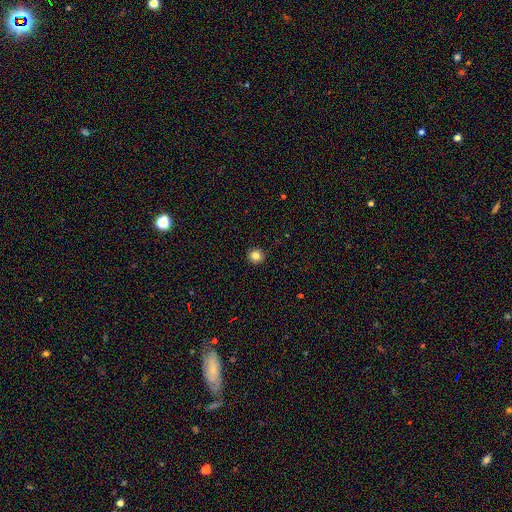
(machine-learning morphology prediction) smooth-or-featured: smooth: 83% | star or artifact: 11% | featured or disk: 5%
  how-rounded: round: 92% | in between: 7% | cigar-shaped: 1%
  merging: none: 93% | minor disturbance: 5% | major disturbance: 1% | merger: 1%